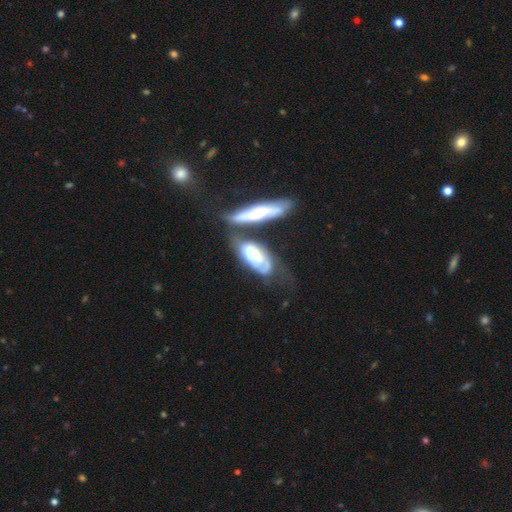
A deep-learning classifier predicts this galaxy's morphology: This appears to be a featured or disk galaxy (65%) with no bar (72%), spiral arms (63%) and a small central bulge (33%). Merging: merger (43%).